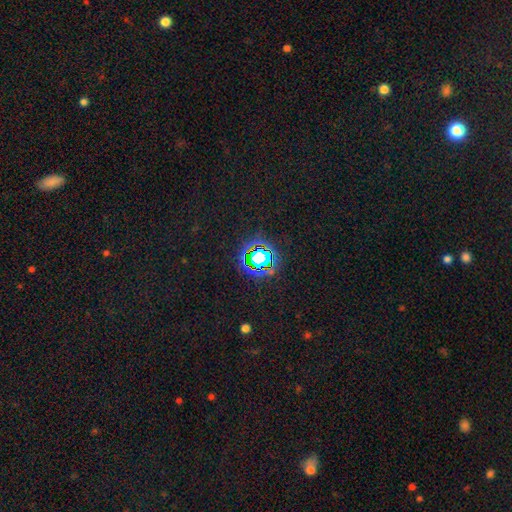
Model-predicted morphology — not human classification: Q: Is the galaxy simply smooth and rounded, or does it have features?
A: star or artifact — 71%.